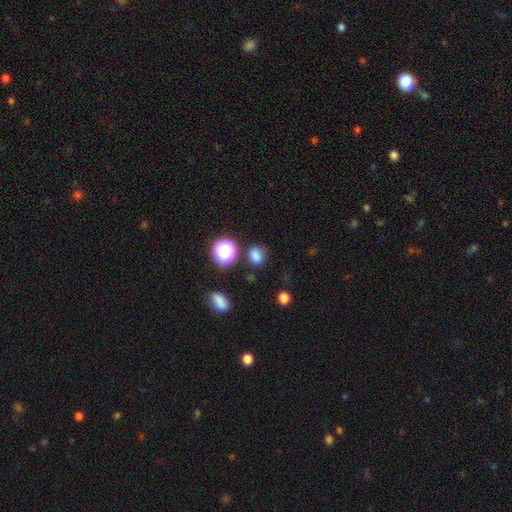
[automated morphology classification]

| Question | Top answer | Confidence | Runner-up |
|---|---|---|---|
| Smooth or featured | smooth | 79% | star or artifact (16%) |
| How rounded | round | 54% | in between (45%) |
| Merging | none | 78% | minor disturbance (13%) |